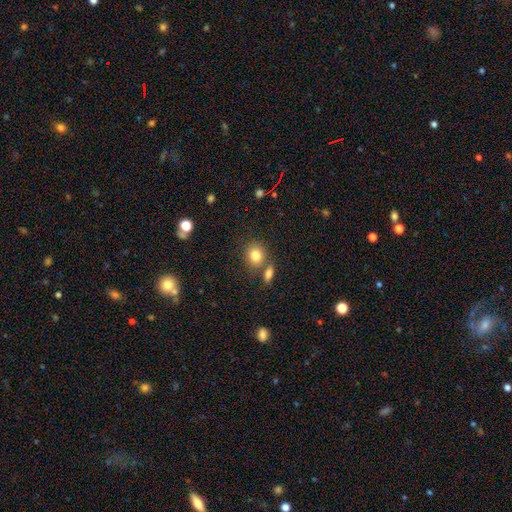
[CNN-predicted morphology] smooth-or-featured: smooth: 82% | star or artifact: 10% | featured or disk: 8%
  how-rounded: round: 70% | in between: 29% | cigar-shaped: 1%
  merging: none: 64% | merger: 22% | minor disturbance: 11% | major disturbance: 4%